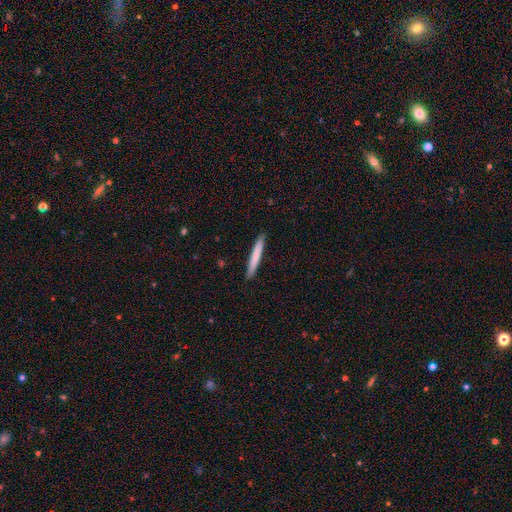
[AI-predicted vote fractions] Smooth or featured? smooth (74%)
How rounded? cigar-shaped (96%)
Merging? none (91%)